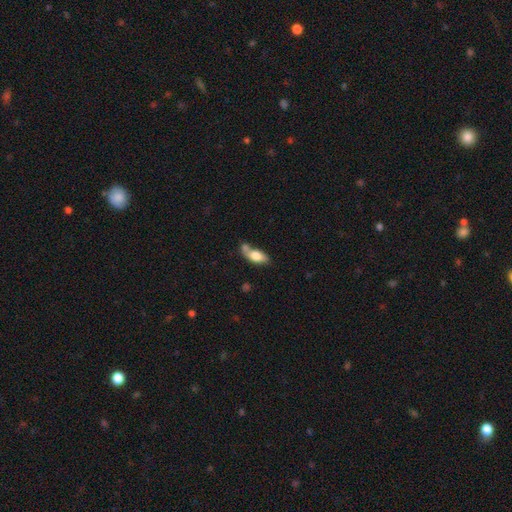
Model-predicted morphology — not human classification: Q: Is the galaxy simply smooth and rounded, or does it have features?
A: smooth — 76%.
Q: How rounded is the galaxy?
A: in between — 83%.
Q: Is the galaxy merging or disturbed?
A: none — 38%.